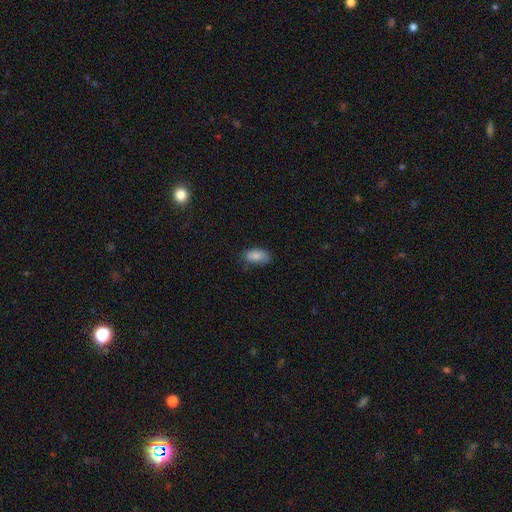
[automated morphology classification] The model was most divided on "merging": none: 67%, minor disturbance: 25%, major disturbance: 6%, merger: 2%. More confident: how rounded — in between (92%); smooth or featured — smooth (86%).